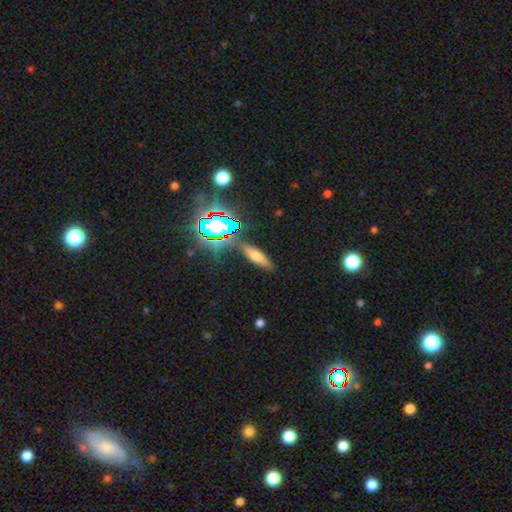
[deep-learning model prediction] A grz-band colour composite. It shows a smooth galaxy with no disk features (56%) that is cigar-shaped (58%). Merging: none (79%).